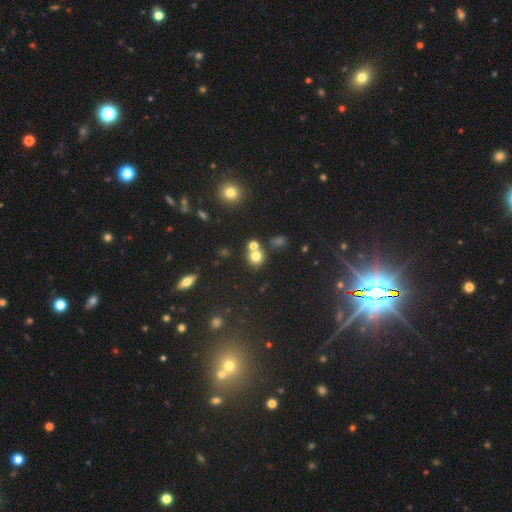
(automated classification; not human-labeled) Q: Smooth or featured?
A: smooth (72%); runner-up: star or artifact (18%)
Q: How rounded?
A: round (83%); runner-up: in between (16%)
Q: Merging?
A: none (58%); runner-up: merger (30%)